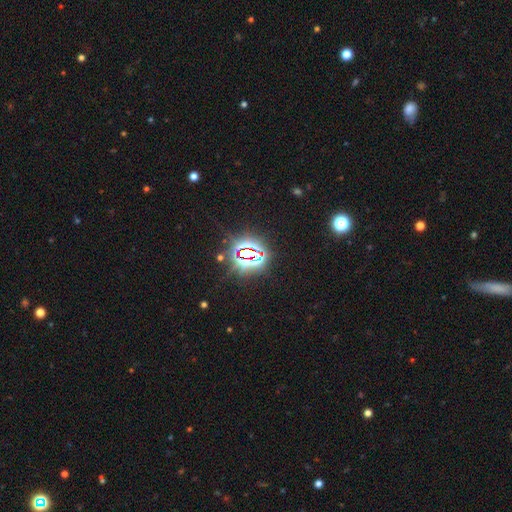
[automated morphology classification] This appears to be a star or artifact, not a galaxy (83%).